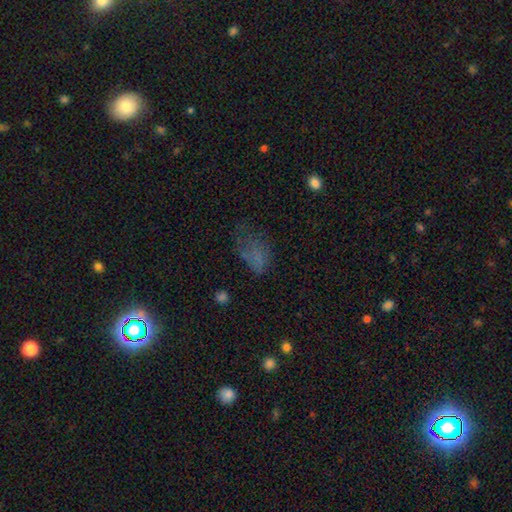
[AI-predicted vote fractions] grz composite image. It shows a smooth galaxy with no disk features (56%) that is in between round and cigar-shaped (83%). Merging: major disturbance (37%).